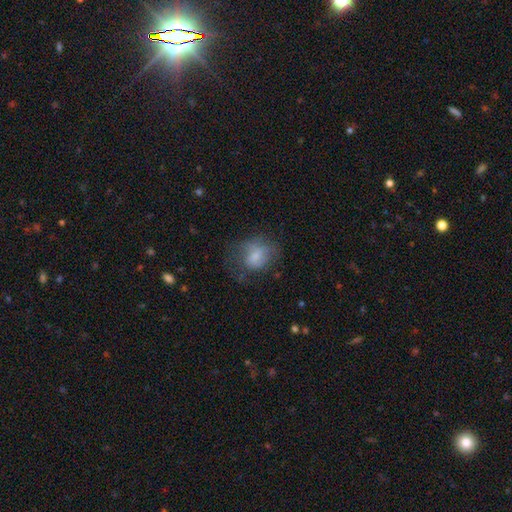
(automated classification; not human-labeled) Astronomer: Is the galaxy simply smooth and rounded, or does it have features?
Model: smooth — 63%.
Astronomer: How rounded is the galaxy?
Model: round — 52% (runner-up: in between, 47%).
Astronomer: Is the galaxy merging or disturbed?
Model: none — 43% (runner-up: major disturbance, 28%).